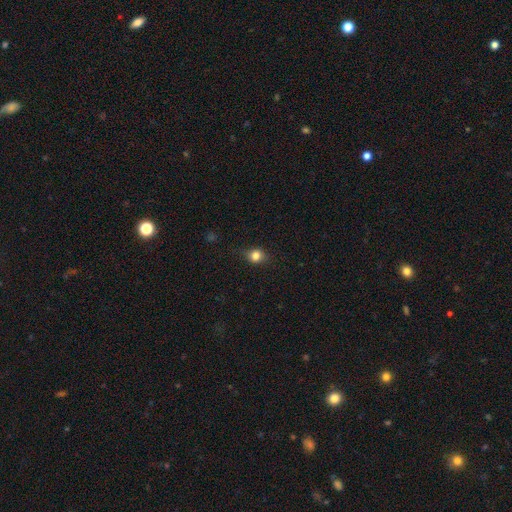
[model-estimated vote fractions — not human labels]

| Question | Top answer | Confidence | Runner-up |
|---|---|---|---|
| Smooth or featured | smooth | 79% | star or artifact (12%) |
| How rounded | round | 71% | in between (27%) |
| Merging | none | 78% | minor disturbance (17%) |